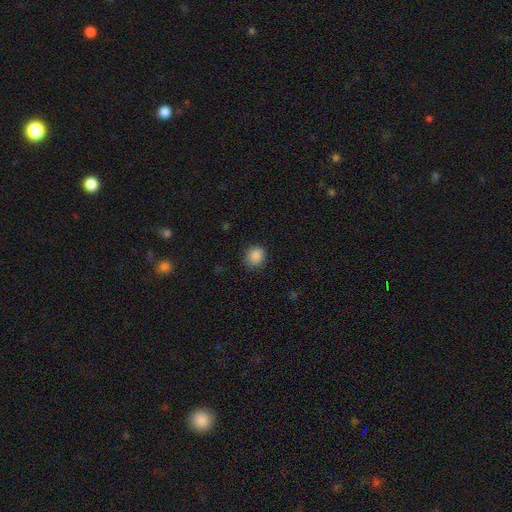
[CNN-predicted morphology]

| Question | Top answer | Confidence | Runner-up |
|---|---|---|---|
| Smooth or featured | smooth | 88% | star or artifact (10%) |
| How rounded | round | 79% | in between (20%) |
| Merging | none | 85% | minor disturbance (12%) |